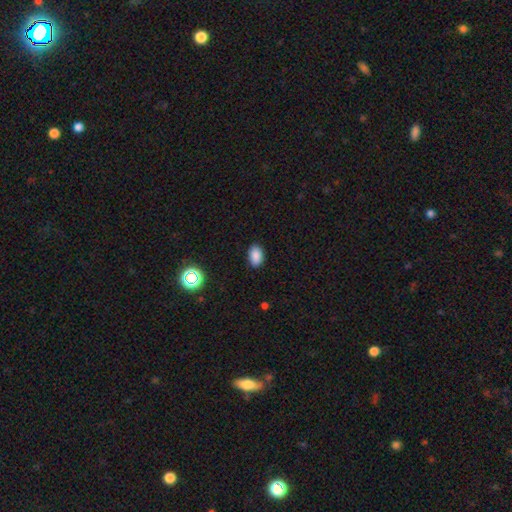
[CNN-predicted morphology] Smooth or featured? Predicted: smooth (p=0.85). How rounded? Predicted: in between (p=0.88). Merging? Predicted: none (p=0.87).